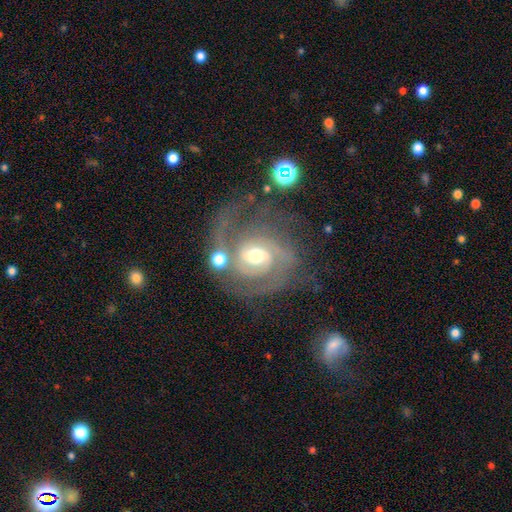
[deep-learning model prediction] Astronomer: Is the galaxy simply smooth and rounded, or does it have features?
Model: featured or disk — 88%.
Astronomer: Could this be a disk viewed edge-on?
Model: no — 98%.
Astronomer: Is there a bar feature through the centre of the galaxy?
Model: weak — 44% (runner-up: no, 43%).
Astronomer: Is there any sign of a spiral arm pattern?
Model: yes — 97%.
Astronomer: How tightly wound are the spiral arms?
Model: tight — 57% (runner-up: medium, 36%).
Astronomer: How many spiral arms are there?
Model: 2 — 50%.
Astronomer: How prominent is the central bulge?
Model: moderate — 63%.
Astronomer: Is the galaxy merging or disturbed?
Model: none — 56%.